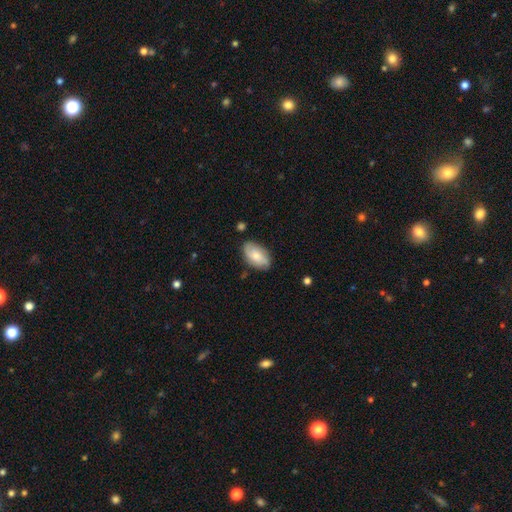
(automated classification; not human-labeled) smooth 58%, featured or disk 35%, star or artifact 7%. Down the decision tree: how rounded — in between (93%); merging — none (78%).